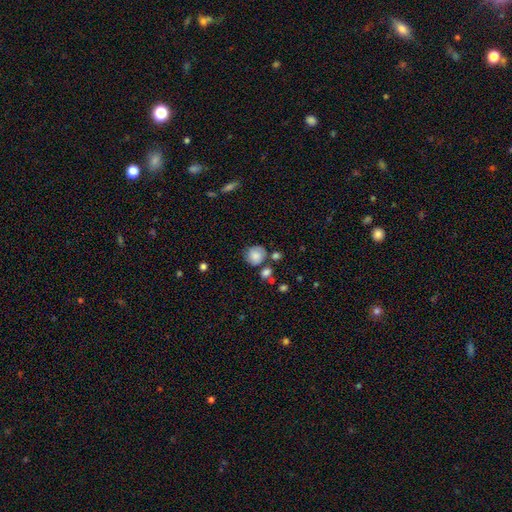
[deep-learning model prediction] smooth-or-featured: smooth: 75% | featured or disk: 16% | star or artifact: 9%
  how-rounded: round: 82% | in between: 17% | cigar-shaped: 1%
  merging: none: 60% | minor disturbance: 20% | merger: 13% | major disturbance: 7%